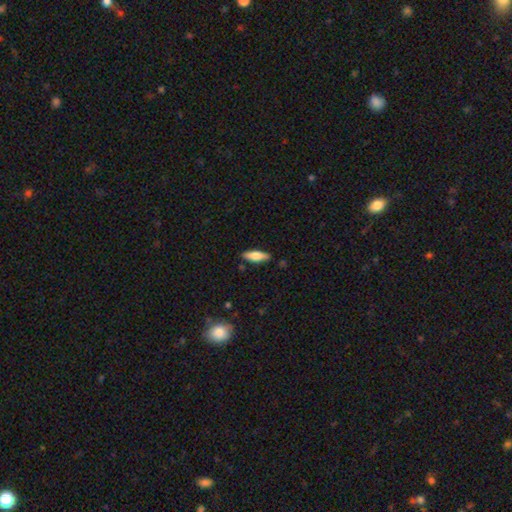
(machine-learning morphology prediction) Overall: smooth (71%). How rounded: in between (57%; cigar-shaped 41%). Merging: none (86%).